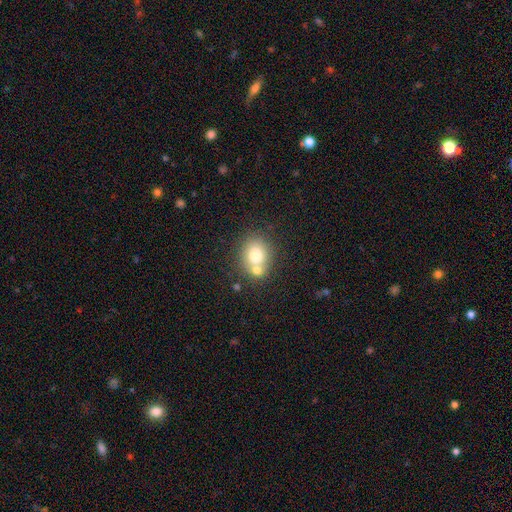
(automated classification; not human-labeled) Smooth or featured? Predicted: smooth (p=0.74). How rounded? Predicted: round (p=0.67). Merging? Predicted: none (p=0.51).